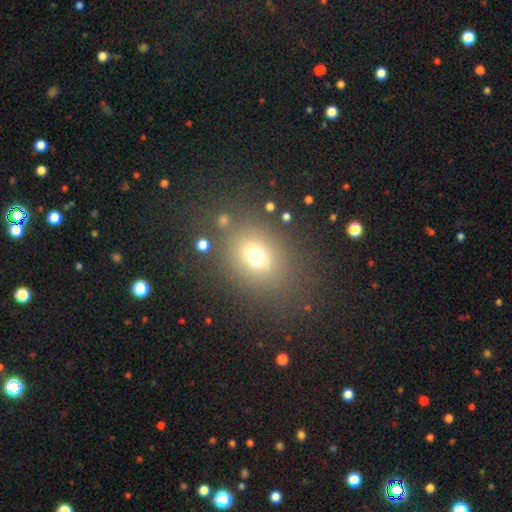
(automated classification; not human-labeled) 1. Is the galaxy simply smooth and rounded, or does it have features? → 70% smooth, 18% star or artifact, 12% featured or disk.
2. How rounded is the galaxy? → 57% round, 41% in between, 1% cigar-shaped.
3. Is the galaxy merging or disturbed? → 76% none, 12% minor disturbance, 8% major disturbance, 5% merger.